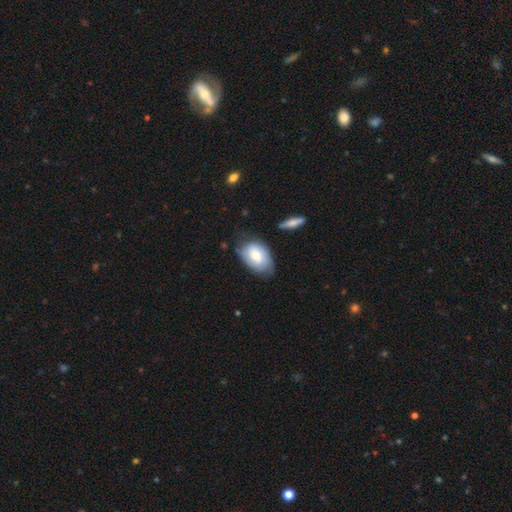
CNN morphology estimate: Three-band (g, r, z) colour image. It shows a smooth galaxy with no disk features (50%) that is in between round and cigar-shaped (86%). Merging: none (60%).